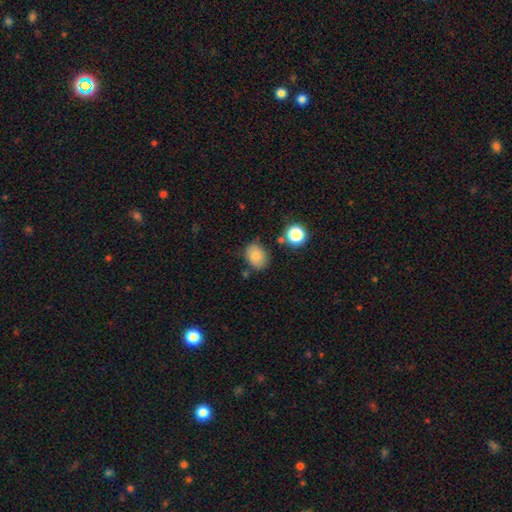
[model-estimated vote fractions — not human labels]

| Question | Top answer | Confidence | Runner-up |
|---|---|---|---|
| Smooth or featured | smooth | 81% | star or artifact (11%) |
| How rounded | in between | 61% | round (38%) |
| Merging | none | 75% | minor disturbance (17%) |